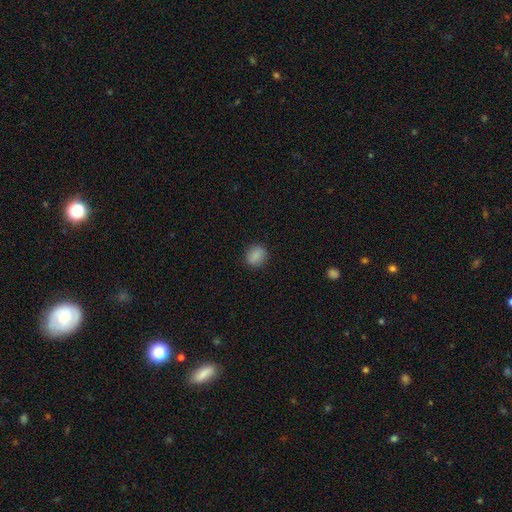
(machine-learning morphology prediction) smooth-or-featured: smooth: 86% | star or artifact: 9% | featured or disk: 5%
  how-rounded: round: 69% | in between: 30% | cigar-shaped: 1%
  merging: none: 87% | minor disturbance: 9% | major disturbance: 3% | merger: 1%